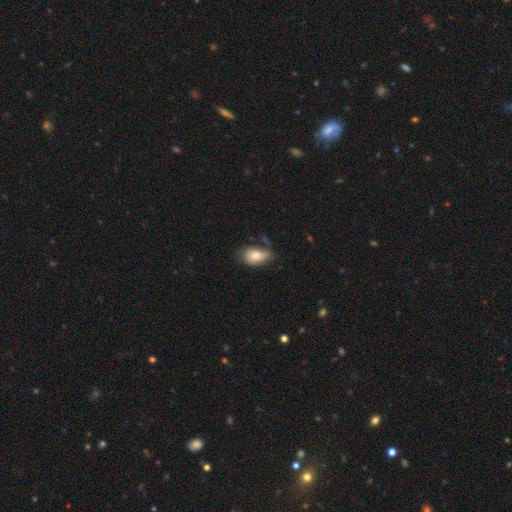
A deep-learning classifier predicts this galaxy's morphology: This is clearly a smooth galaxy (82%). How rounded: clearly in between (91%). Merging: possibly none (54%).